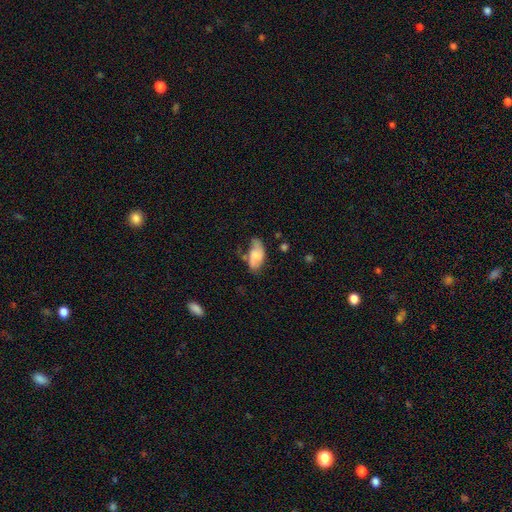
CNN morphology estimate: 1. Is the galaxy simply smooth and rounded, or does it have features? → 60% smooth, 33% featured or disk, 8% star or artifact.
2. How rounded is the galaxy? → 92% in between, 4% cigar-shaped, 4% round.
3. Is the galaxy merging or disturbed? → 46% none, 33% minor disturbance, 14% major disturbance, 7% merger.